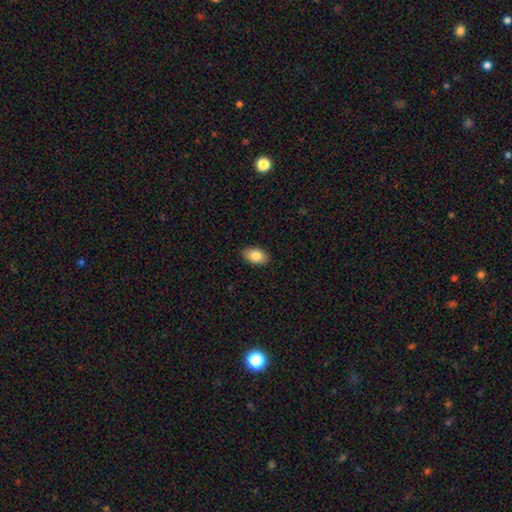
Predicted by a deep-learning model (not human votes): Smooth or featured?
  - smooth: 83% *
  - featured or disk: 9%
  - star or artifact: 7%
How rounded?
  - in between: 90% *
  - round: 9%
  - cigar-shaped: 1%
Merging?
  - none: 89% *
  - minor disturbance: 8%
  - major disturbance: 2%
  - merger: 1%